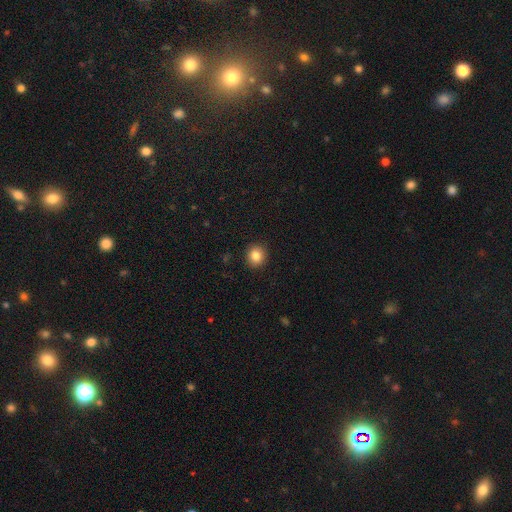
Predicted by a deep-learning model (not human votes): Smooth or featured? Predicted: smooth (p=0.85). How rounded? Predicted: round (p=0.85). Merging? Predicted: none (p=0.91).